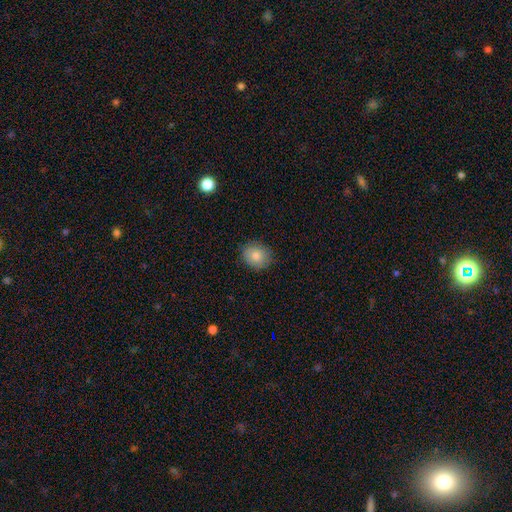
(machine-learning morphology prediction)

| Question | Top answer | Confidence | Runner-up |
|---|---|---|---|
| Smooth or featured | smooth | 82% | featured or disk (10%) |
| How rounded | round | 76% | in between (23%) |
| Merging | none | 85% | minor disturbance (12%) |